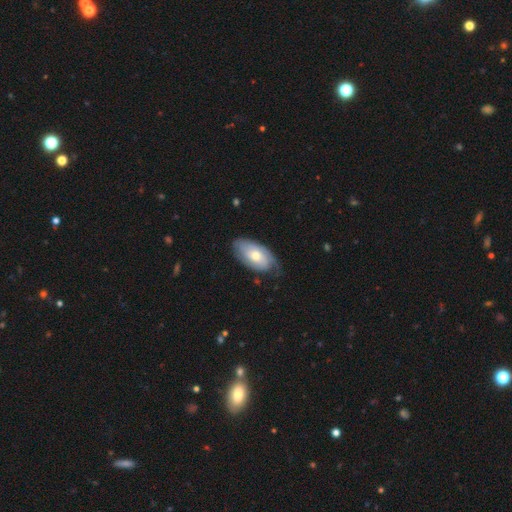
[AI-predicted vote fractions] Overall: smooth (50%; featured or disk 45%). Merging: none (62%; minor disturbance 29%).